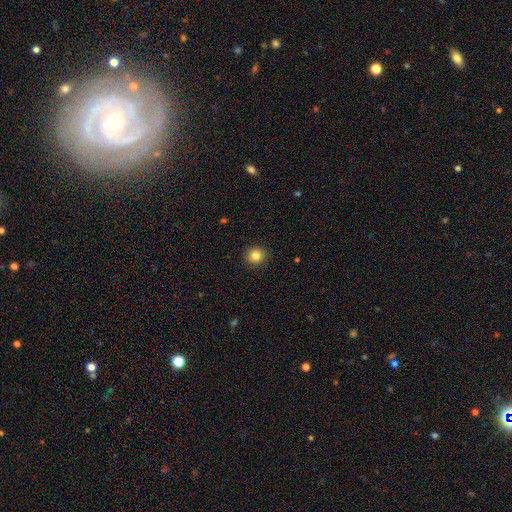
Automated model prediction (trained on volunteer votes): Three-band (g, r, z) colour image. It shows a smooth galaxy with no disk features (84%) that is round (90%). Merging: none (92%).